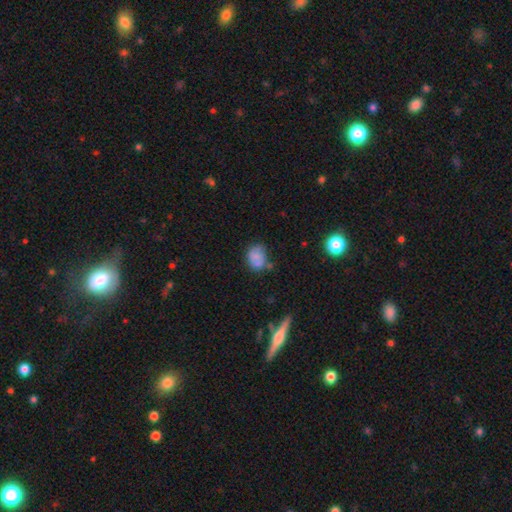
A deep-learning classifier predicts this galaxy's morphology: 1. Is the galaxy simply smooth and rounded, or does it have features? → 68% smooth, 21% featured or disk, 12% star or artifact.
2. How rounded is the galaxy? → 56% in between, 43% round, 1% cigar-shaped.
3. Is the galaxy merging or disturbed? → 54% none, 26% minor disturbance, 12% merger, 8% major disturbance.